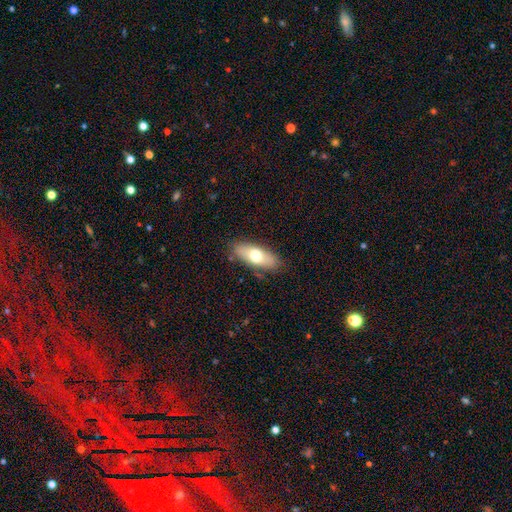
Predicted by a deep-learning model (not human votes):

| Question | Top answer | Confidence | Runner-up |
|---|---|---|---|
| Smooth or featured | smooth | 67% | featured or disk (27%) |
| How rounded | in between | 76% | cigar-shaped (21%) |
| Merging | none | 82% | minor disturbance (13%) |